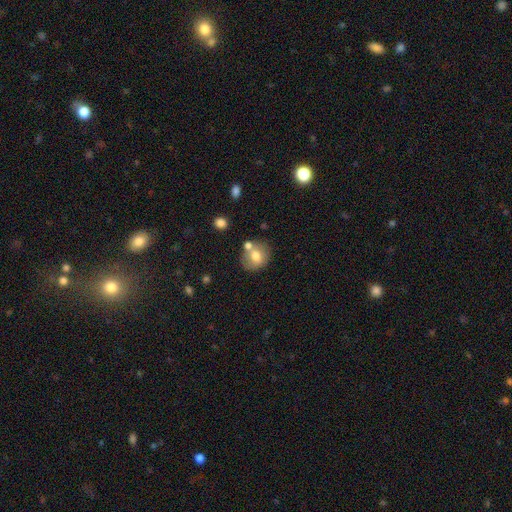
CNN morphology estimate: A smooth galaxy with no disk features (69%) that is round (71%). Merging: none (58%).